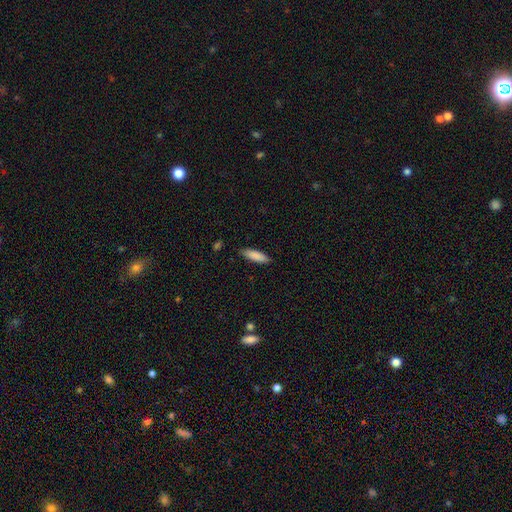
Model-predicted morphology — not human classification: smooth 87%, featured or disk 7%, star or artifact 6%. Down the decision tree: how rounded — cigar-shaped (61%); merging — none (86%).